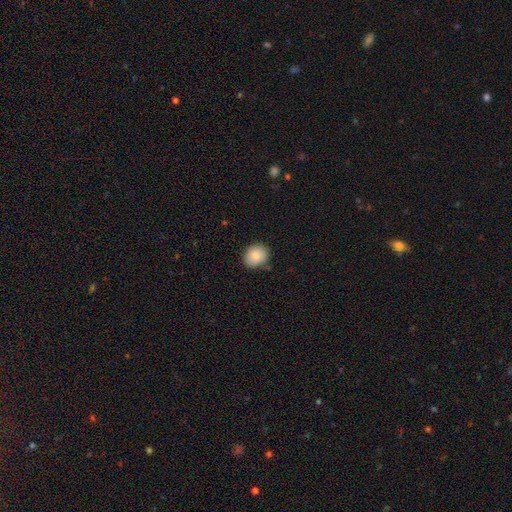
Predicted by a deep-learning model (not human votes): Smooth or featured: smooth — 84% (featured or disk — 8%)
How rounded: round — 63% (in between — 36%)
Merging: none — 80% (minor disturbance — 16%)